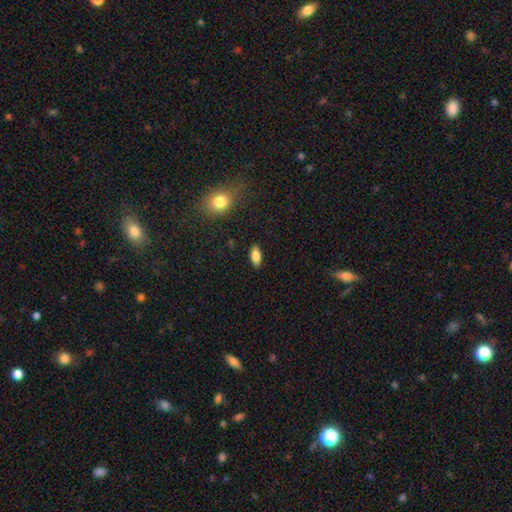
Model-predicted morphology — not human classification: A smooth galaxy with no disk features (79%) that is in between round and cigar-shaped (86%).

Vote fractions:
- Smooth or featured? smooth: 79% / featured or disk: 13% / star or artifact: 8%
- How rounded? in between: 86% / cigar-shaped: 10% / round: 3%
- Merging? none: 87% / minor disturbance: 9% / major disturbance: 2% / merger: 1%